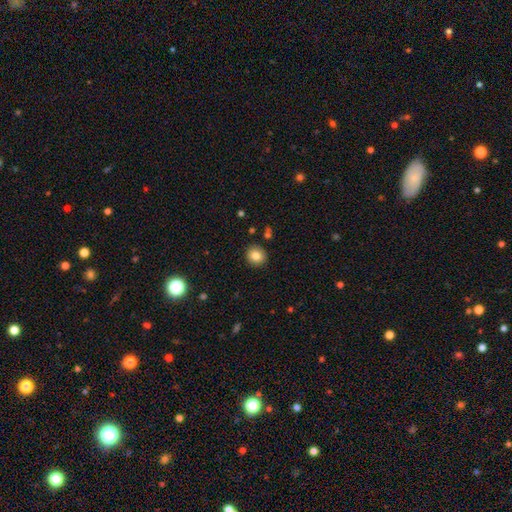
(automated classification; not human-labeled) Smooth or featured: smooth — 82% (star or artifact — 10%)
How rounded: round — 83% (in between — 16%)
Merging: none — 88% (minor disturbance — 8%)